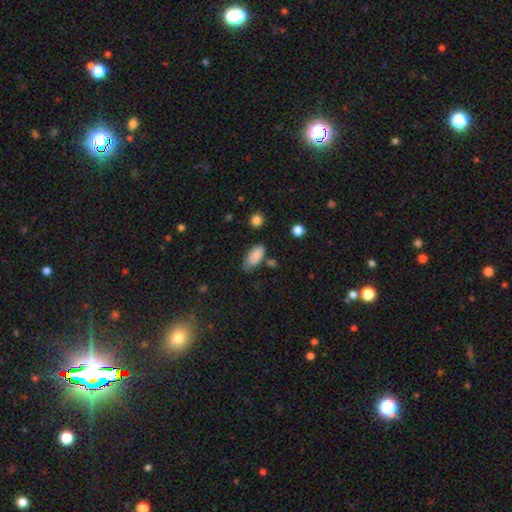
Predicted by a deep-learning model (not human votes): smooth-or-featured: smooth: 86% | star or artifact: 8% | featured or disk: 6%
  how-rounded: in between: 89% | cigar-shaped: 8% | round: 3%
  merging: none: 64% | minor disturbance: 25% | major disturbance: 6% | merger: 5%